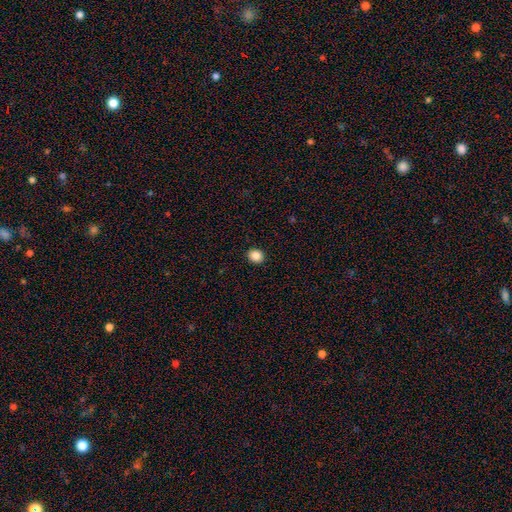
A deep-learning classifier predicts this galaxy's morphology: Smooth or featured? smooth (87%)
How rounded? round (70%)
Merging? none (92%)